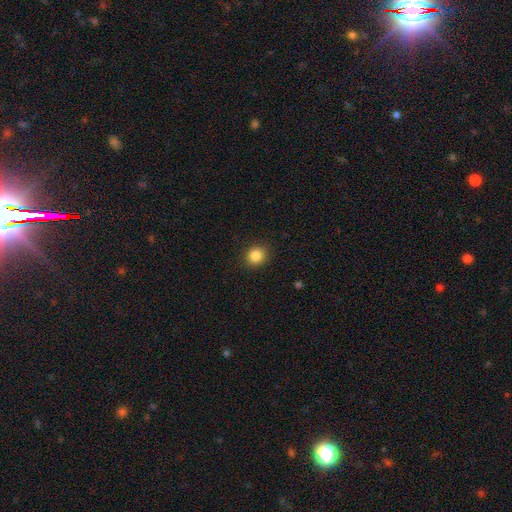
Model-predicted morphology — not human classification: Q: Smooth or featured?
A: smooth (85%); runner-up: star or artifact (10%)
Q: How rounded?
A: round (84%); runner-up: in between (15%)
Q: Merging?
A: none (90%); runner-up: minor disturbance (7%)